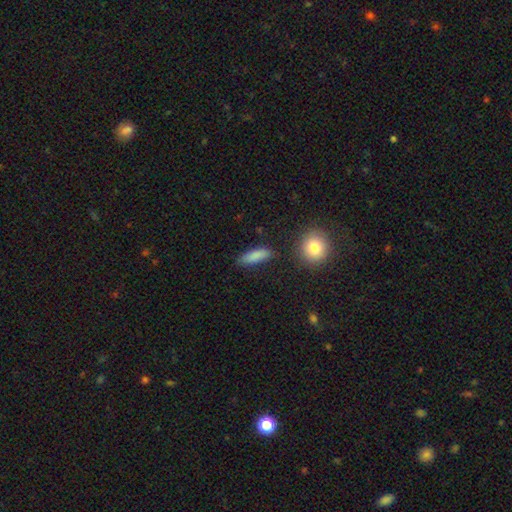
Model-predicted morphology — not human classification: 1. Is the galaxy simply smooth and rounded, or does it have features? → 85% smooth, 8% star or artifact, 7% featured or disk.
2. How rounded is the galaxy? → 51% in between, 46% cigar-shaped, 3% round.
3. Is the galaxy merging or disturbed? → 81% none, 13% minor disturbance, 3% merger, 3% major disturbance.